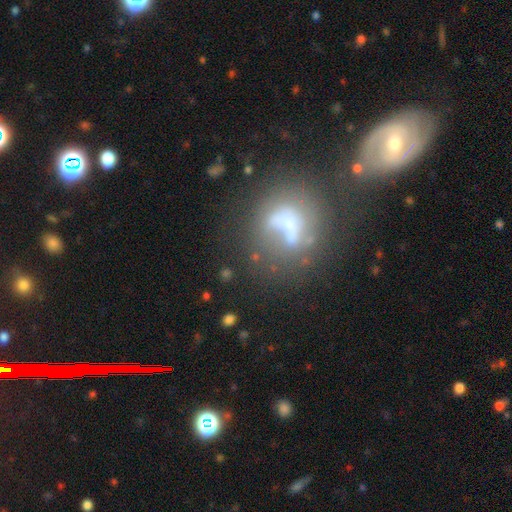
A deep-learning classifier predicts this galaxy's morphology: smooth-or-featured: featured or disk: 41% | smooth: 35% | star or artifact: 24%
  merging: none: 53% | minor disturbance: 18% | merger: 17% | major disturbance: 13%